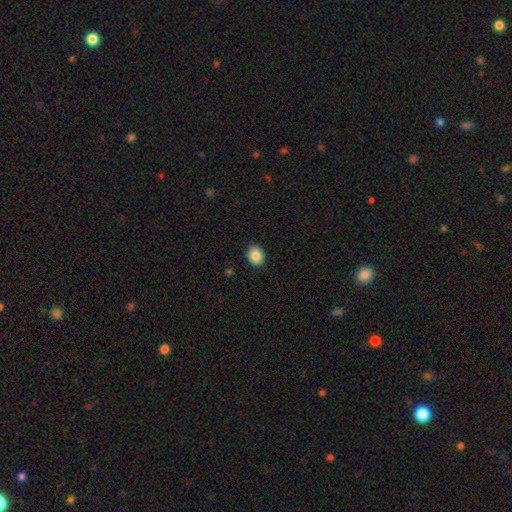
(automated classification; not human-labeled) Q: Smooth or featured?
A: smooth (86%); runner-up: star or artifact (9%)
Q: How rounded?
A: round (53%); runner-up: in between (46%)
Q: Merging?
A: none (90%); runner-up: minor disturbance (7%)